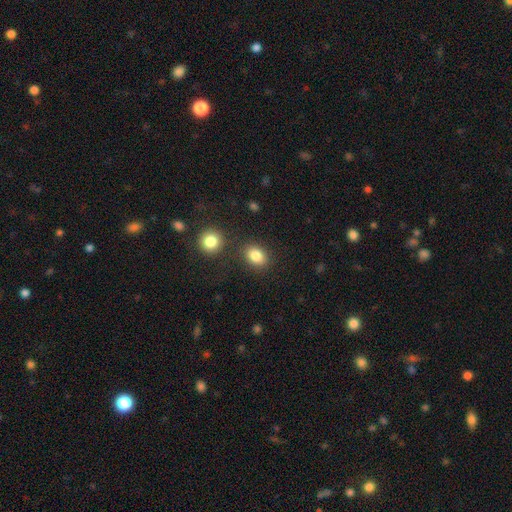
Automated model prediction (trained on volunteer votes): Smooth or featured? smooth (84%)
How rounded? in between (66%)
Merging? none (79%)